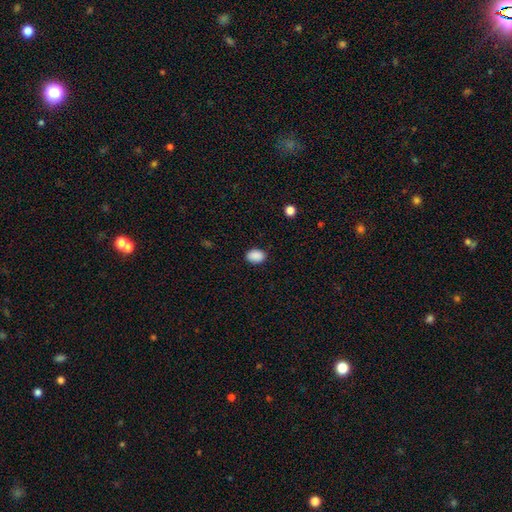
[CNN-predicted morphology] Q: Smooth or featured?
A: smooth (89%); runner-up: star or artifact (8%)
Q: How rounded?
A: in between (79%); runner-up: round (20%)
Q: Merging?
A: none (88%); runner-up: minor disturbance (9%)